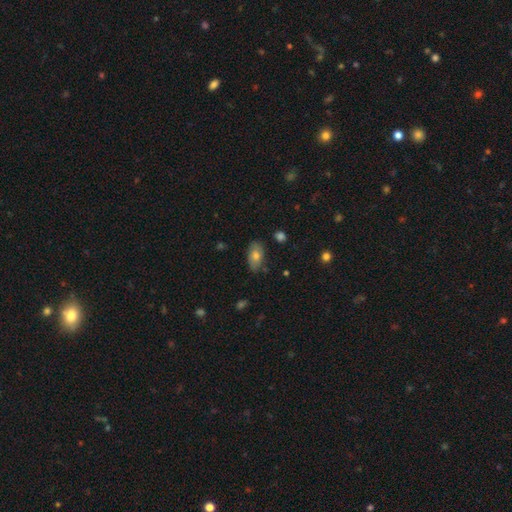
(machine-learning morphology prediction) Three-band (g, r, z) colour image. It shows a smooth galaxy with no disk features (70%) that is in between round and cigar-shaped (91%). Merging: none (79%).